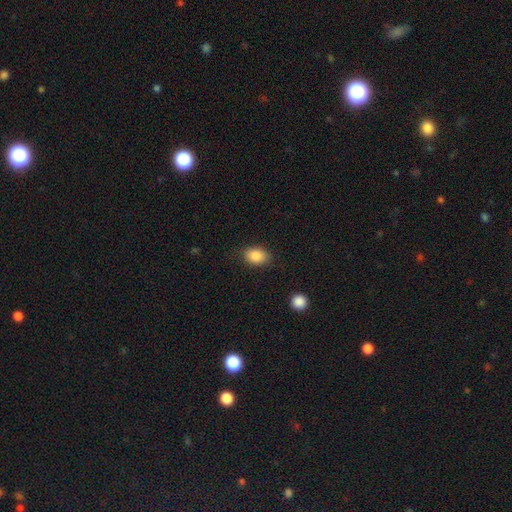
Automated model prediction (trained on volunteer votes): smooth-or-featured: smooth: 87% | star or artifact: 8% | featured or disk: 5%
  how-rounded: in between: 80% | round: 19% | cigar-shaped: 1%
  merging: none: 84% | minor disturbance: 12% | major disturbance: 3% | merger: 1%